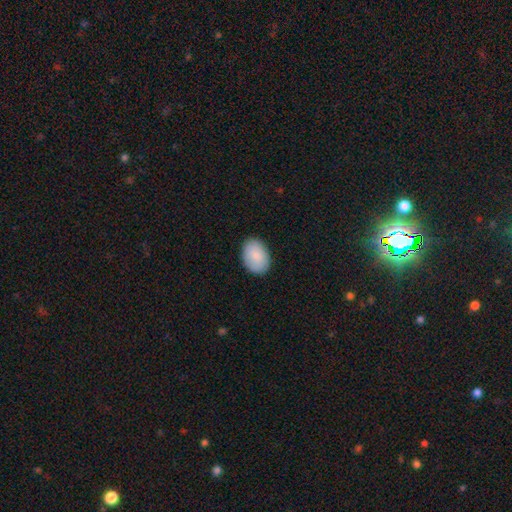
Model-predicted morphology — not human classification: This is clearly a smooth galaxy (87%). How rounded: clearly in between (84%). Merging: clearly none (88%).